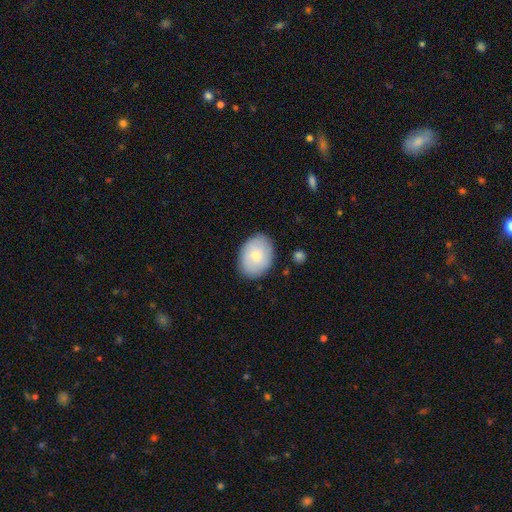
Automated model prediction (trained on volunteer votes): Smooth or featured? smooth (74%)
How rounded? in between (73%)
Merging? none (84%)